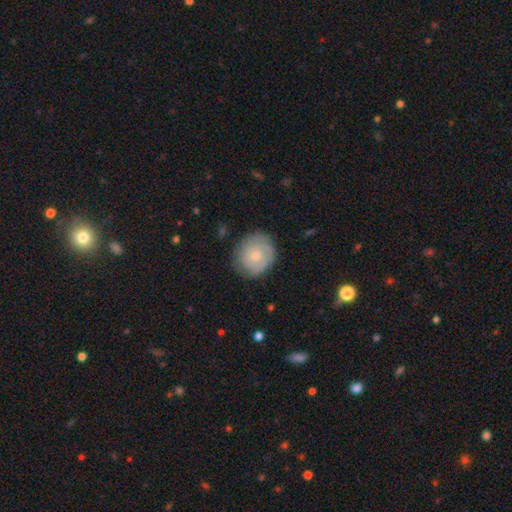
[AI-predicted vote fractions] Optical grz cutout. It shows a smooth galaxy with no disk features (48%). Merging: none (79%).